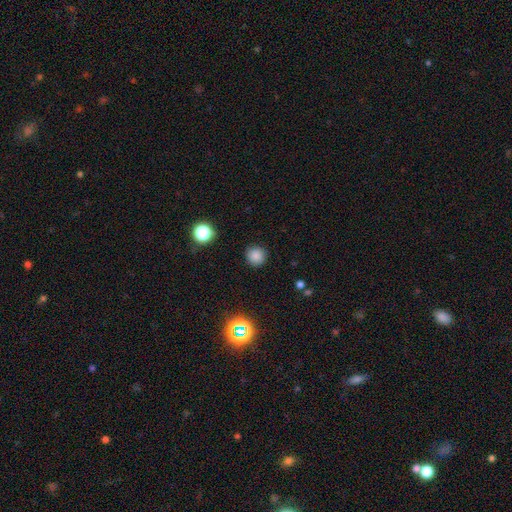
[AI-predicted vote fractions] Overall: smooth (82%). How rounded: round (93%). Merging: none (90%).